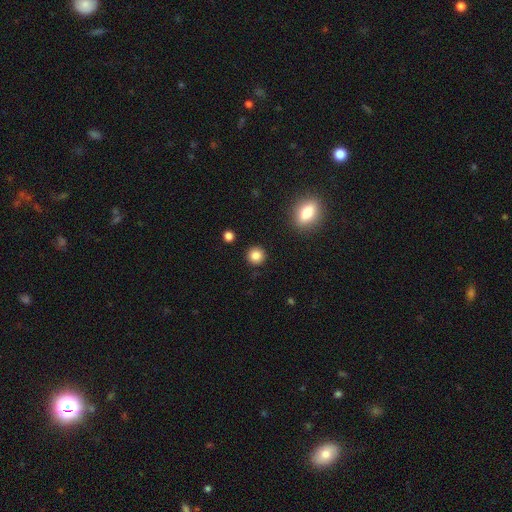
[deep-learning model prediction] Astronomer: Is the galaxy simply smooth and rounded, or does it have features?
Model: smooth — 84%.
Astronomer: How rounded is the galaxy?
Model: round — 93%.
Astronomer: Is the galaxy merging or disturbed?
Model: none — 92%.